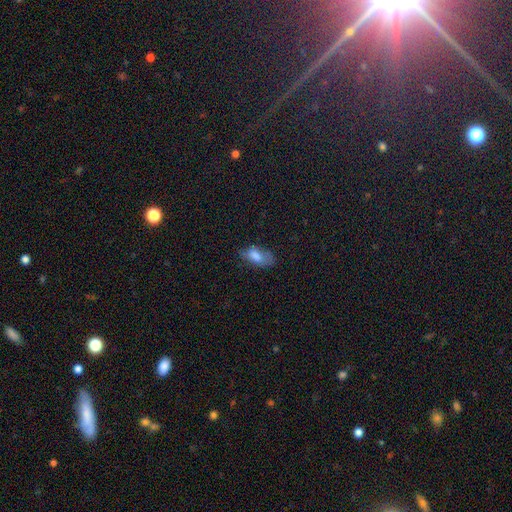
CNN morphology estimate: Smooth or featured? smooth (74%)
How rounded? in between (88%)
Merging? none (45%)